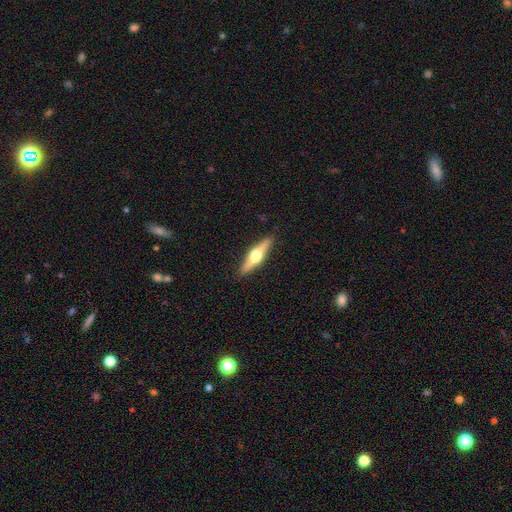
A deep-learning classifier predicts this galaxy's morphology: Q: Smooth or featured?
A: featured or disk (68%); runner-up: smooth (26%)
Q: Edge-on disk?
A: yes (97%); runner-up: no (3%)
Q: Edge-on bulge?
A: rounded (95%); runner-up: boxy (4%)
Q: Merging?
A: none (90%); runner-up: minor disturbance (7%)